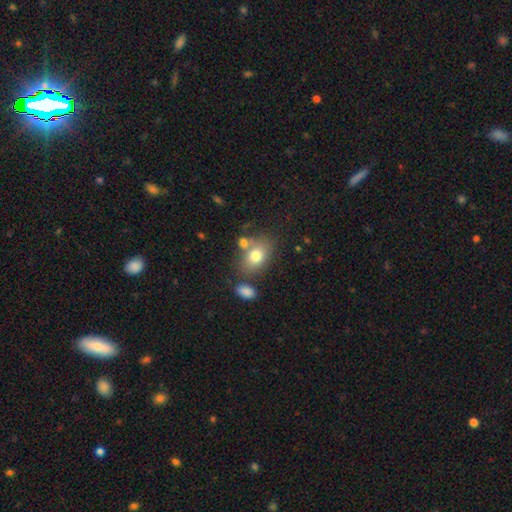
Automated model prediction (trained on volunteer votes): A smooth galaxy with no disk features (76%) that is in between round and cigar-shaped (75%).

Vote fractions:
- Smooth or featured? smooth: 76% / featured or disk: 15% / star or artifact: 10%
- How rounded? in between: 75% / round: 23% / cigar-shaped: 1%
- Merging? none: 59% / merger: 20% / minor disturbance: 15% / major disturbance: 6%